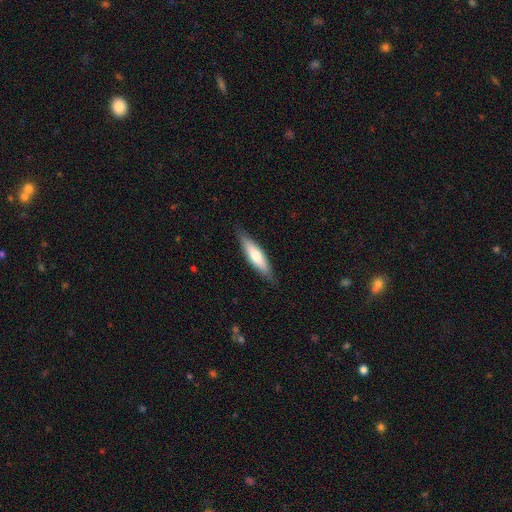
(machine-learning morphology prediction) smooth_or_featured: smooth (p=0.64) [alt: featured or disk p=0.31]
how_rounded: cigar-shaped (p=0.68) [alt: in between p=0.31]
merging: none (p=0.84) [alt: minor disturbance p=0.13]